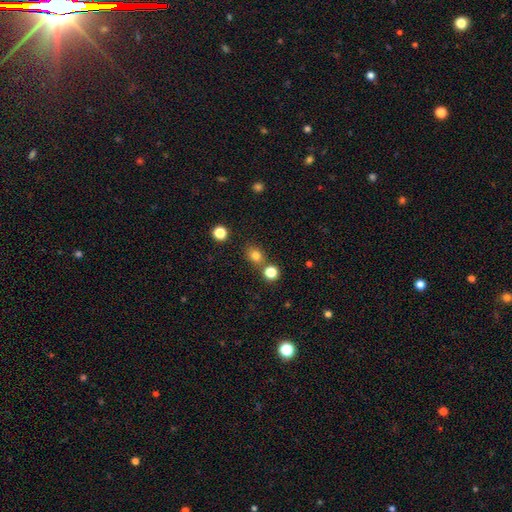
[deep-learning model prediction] Morphology: type=smooth (79%); roundness=round (65%); merging=none (71%).